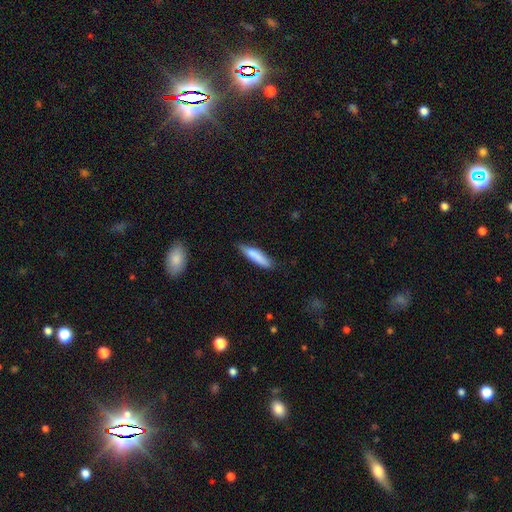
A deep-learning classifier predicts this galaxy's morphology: Smooth or featured? Predicted: smooth (p=0.81). How rounded? Predicted: cigar-shaped (p=0.76). Merging? Predicted: none (p=0.76).